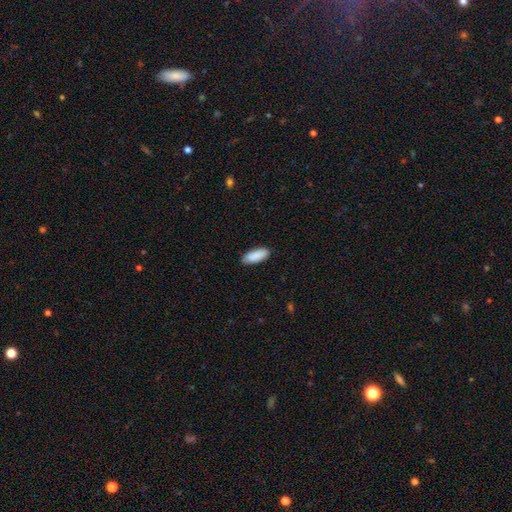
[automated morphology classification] A smooth galaxy with no disk features (90%) that is in between round and cigar-shaped (78%). Merging: none (87%).